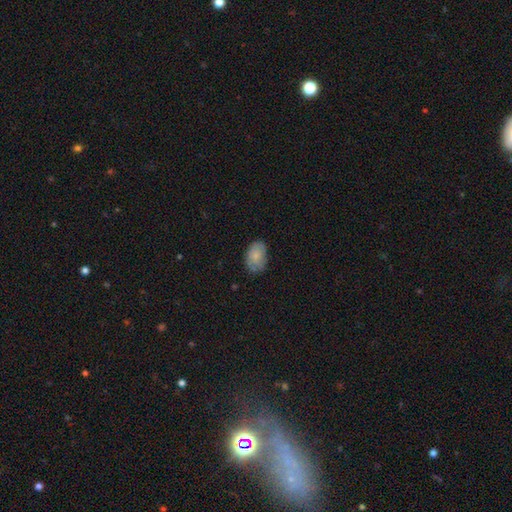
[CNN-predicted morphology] This is likely a smooth galaxy (77%). How rounded: clearly in between (86%). Merging: likely none (70%).